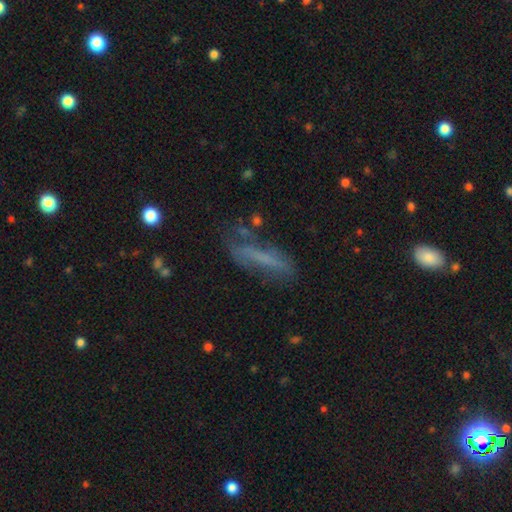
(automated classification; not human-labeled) Smooth or featured: smooth — 44% (featured or disk — 36%)
Merging: none — 58% (minor disturbance — 23%)